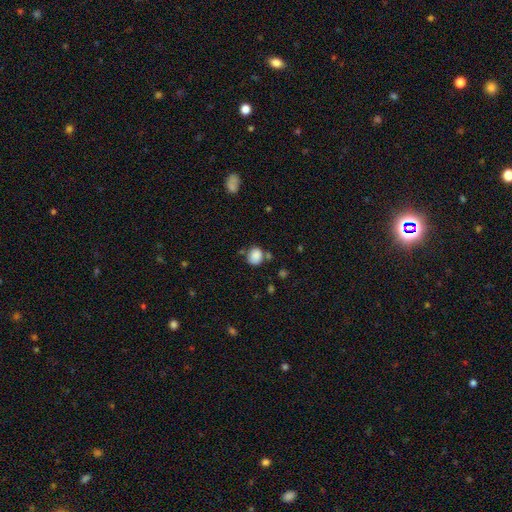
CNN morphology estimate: This is clearly a smooth galaxy (86%). How rounded: likely round (61%). Merging: likely none (65%).